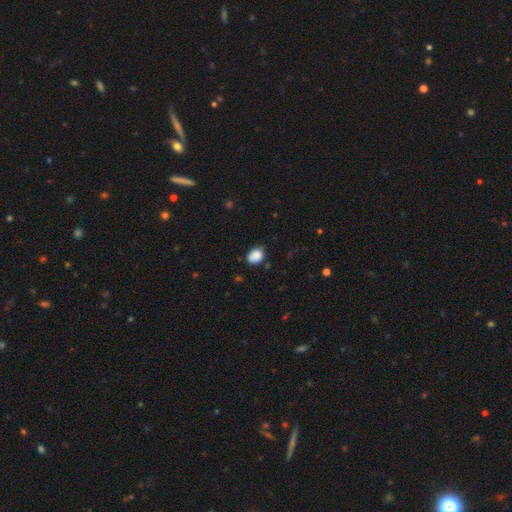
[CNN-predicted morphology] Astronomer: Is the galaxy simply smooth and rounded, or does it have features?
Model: smooth — 87%.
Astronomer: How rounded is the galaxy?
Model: in between — 63%.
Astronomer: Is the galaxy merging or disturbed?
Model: none — 71%.